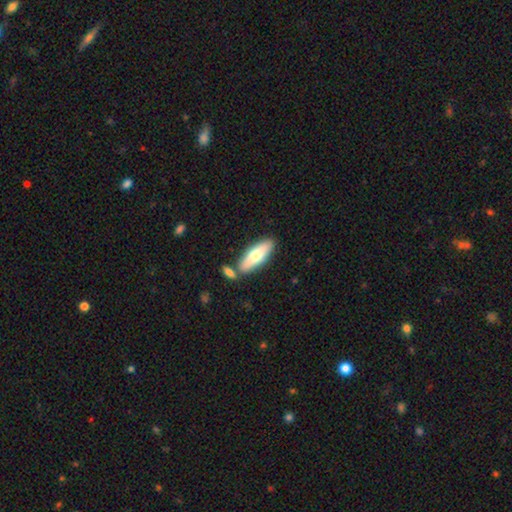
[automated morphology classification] This appears to be a smooth galaxy with no disk features (65%) that is in between round and cigar-shaped (55%). Merging: none (74%).